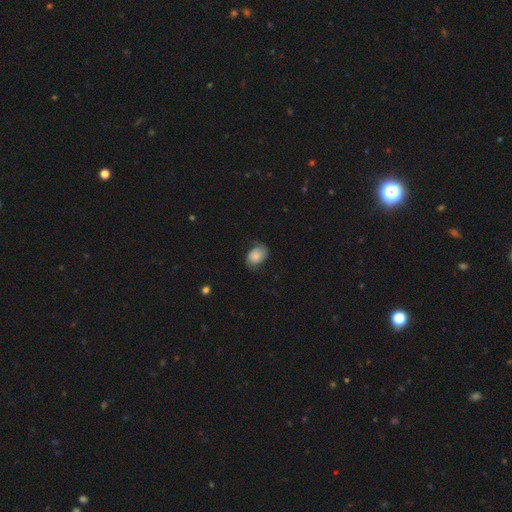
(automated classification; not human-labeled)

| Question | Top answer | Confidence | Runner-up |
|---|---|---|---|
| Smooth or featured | smooth | 54% | featured or disk (37%) |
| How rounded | in between | 66% | round (33%) |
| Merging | none | 61% | minor disturbance (26%) |